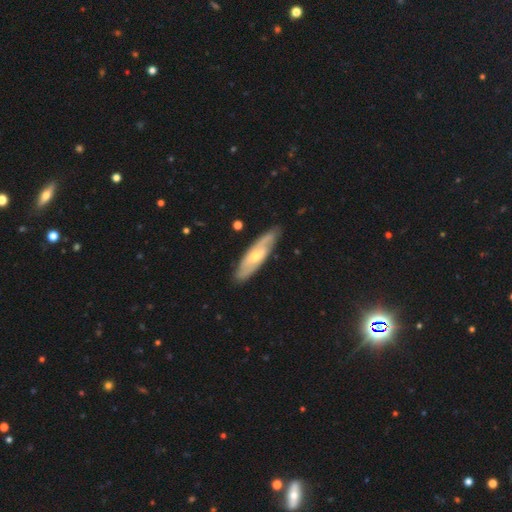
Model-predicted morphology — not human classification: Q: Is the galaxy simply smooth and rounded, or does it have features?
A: featured or disk — 65%.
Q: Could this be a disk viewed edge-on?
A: no — 68%.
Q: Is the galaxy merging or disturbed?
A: none — 83%.